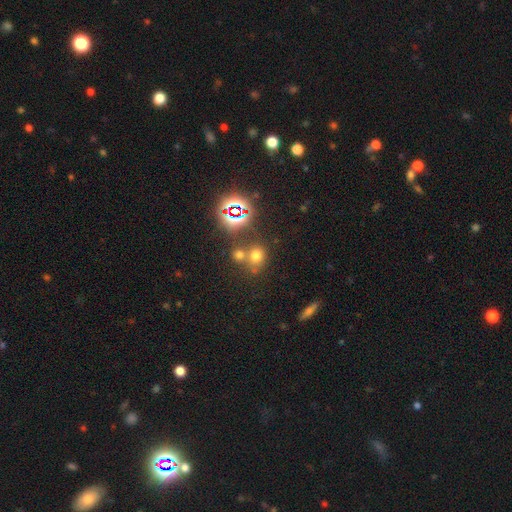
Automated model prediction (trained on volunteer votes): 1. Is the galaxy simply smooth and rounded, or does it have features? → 62% smooth, 29% star or artifact, 10% featured or disk.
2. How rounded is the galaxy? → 70% round, 29% in between, 1% cigar-shaped.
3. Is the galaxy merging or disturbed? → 53% none, 33% merger, 10% minor disturbance, 5% major disturbance.